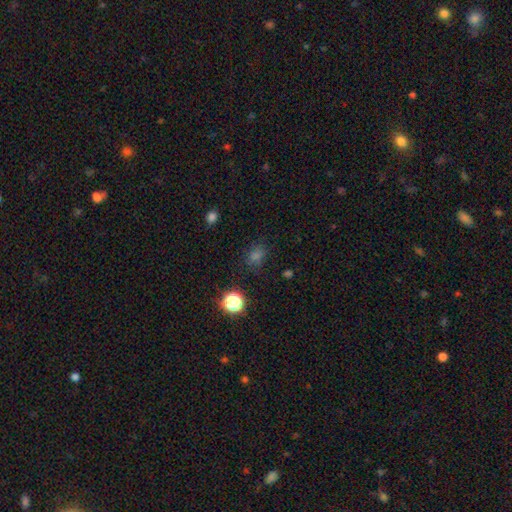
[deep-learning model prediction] This appears to be a smooth galaxy with no disk features (62%) that is round (57%). Merging: none (79%).